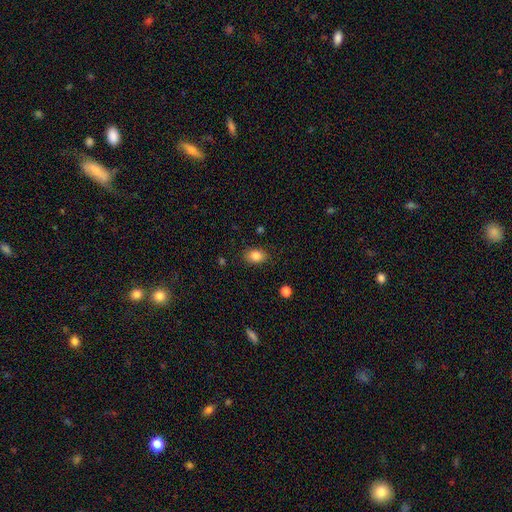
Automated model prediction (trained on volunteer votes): Morphology: type=smooth (85%); roundness=in between (75%); merging=none (84%).